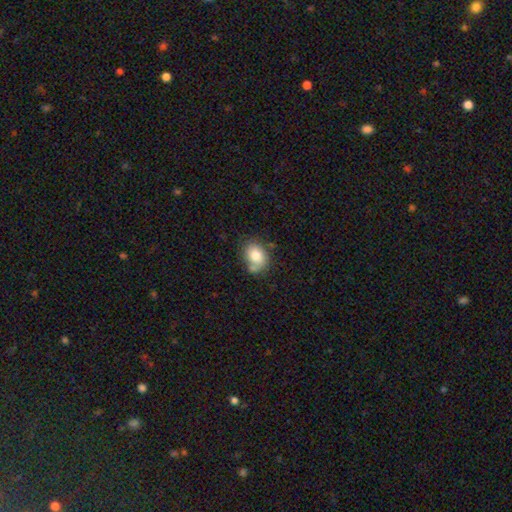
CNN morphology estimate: Smooth or featured? Predicted: smooth (p=0.79). How rounded? Predicted: in between (p=0.61). Merging? Predicted: none (p=0.57).